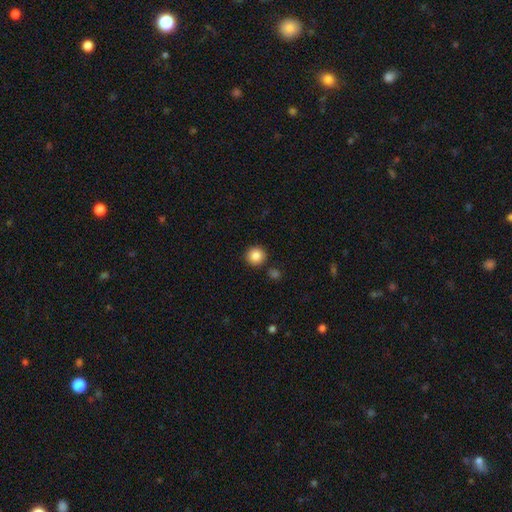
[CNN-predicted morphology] This appears to be a smooth galaxy with no disk features (86%) that is round (94%). Merging: none (89%).